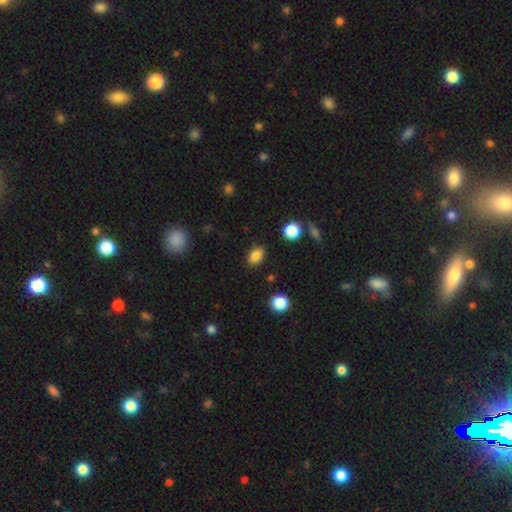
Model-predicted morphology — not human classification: Smooth or featured? smooth (85%)
How rounded? in between (81%)
Merging? none (84%)